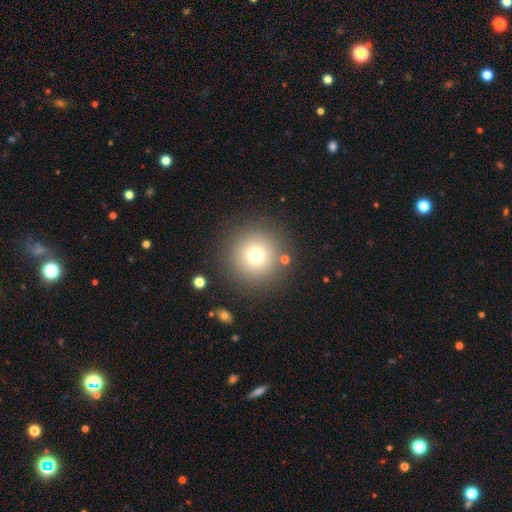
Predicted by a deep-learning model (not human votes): This appears to be a smooth galaxy with no disk features (73%) that is round (96%). Merging: none (87%).